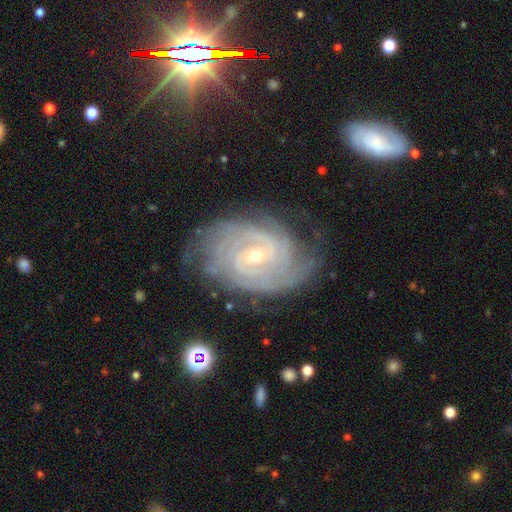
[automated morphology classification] featured or disk 91%, star or artifact 5%, smooth 4%. Down the decision tree: edge-on disk — no (97%); bar — weak (45%); spiral arms — yes (98%); spiral arm count — can't tell (23%); spiral winding — tight (78%); bulge size — small (66%); merging — none (73%).